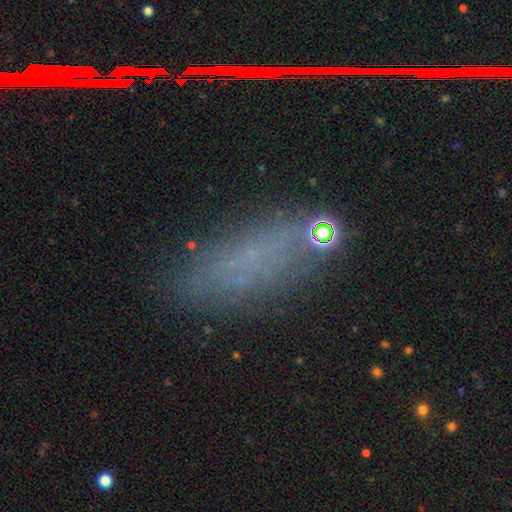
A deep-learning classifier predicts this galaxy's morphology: This is possibly a smooth galaxy (47%). Merging: likely none (70%).